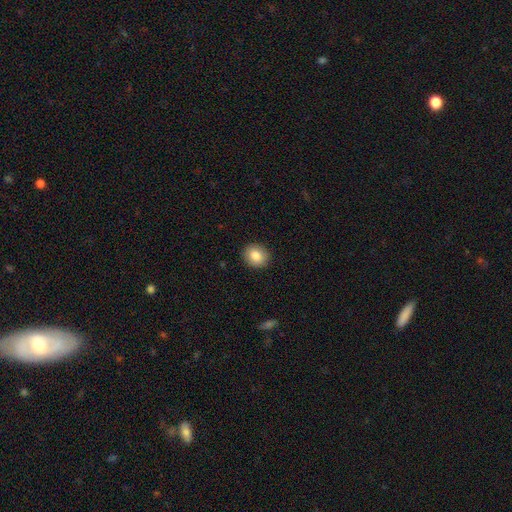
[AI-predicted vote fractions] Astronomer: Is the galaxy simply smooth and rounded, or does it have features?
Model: smooth — 84%.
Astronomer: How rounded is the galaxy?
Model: round — 67%.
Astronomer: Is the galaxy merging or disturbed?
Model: none — 91%.